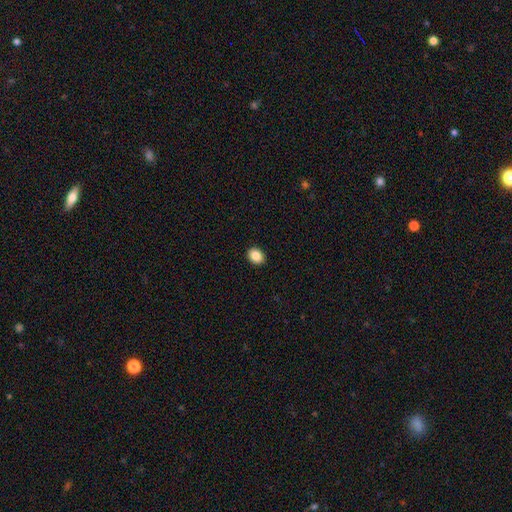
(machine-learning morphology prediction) A smooth galaxy with no disk features (88%) that is in between round and cigar-shaped (59%).

Vote fractions:
- Smooth or featured? smooth: 88% / star or artifact: 8% / featured or disk: 4%
- How rounded? in between: 59% / round: 41% / cigar-shaped: 1%
- Merging? none: 91% / minor disturbance: 6% / major disturbance: 2% / merger: 1%